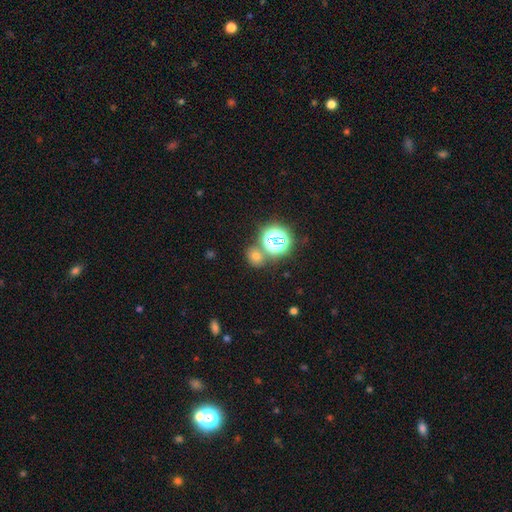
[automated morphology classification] Smooth or featured? smooth (61%)
How rounded? round (69%)
Merging? none (70%)